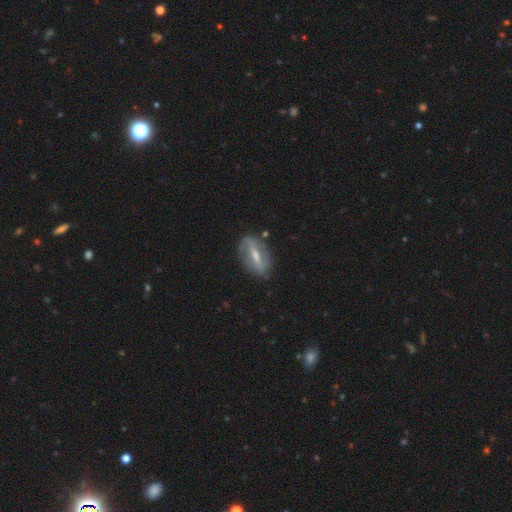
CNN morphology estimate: Overall: featured or disk (64%; smooth 29%). Edge-on disk: no (85%). Bar: strong (55%; weak 34%). Spiral arms: yes (58%; no 42%). Bulge size: moderate (50%; small 34%). Merging: none (73%).